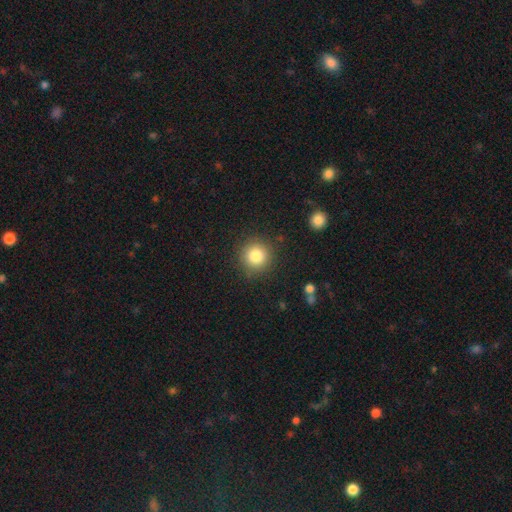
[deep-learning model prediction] smooth-or-featured: smooth: 82% | star or artifact: 11% | featured or disk: 7%
  how-rounded: round: 94% | in between: 5% | cigar-shaped: 1%
  merging: none: 88% | minor disturbance: 8% | major disturbance: 3% | merger: 2%